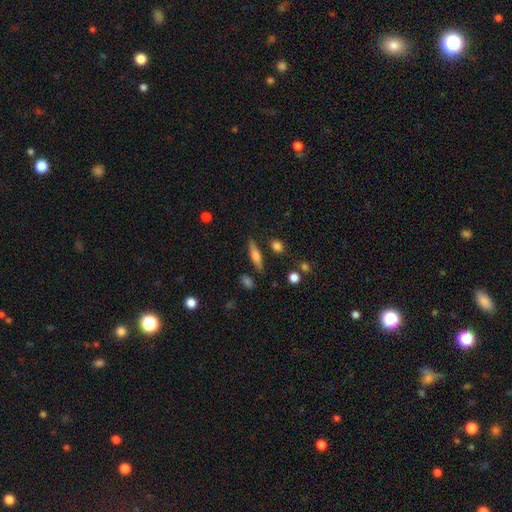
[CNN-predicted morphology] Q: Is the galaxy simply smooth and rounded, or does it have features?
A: smooth — 61%.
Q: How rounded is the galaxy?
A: cigar-shaped — 68%.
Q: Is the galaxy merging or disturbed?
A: none — 82%.